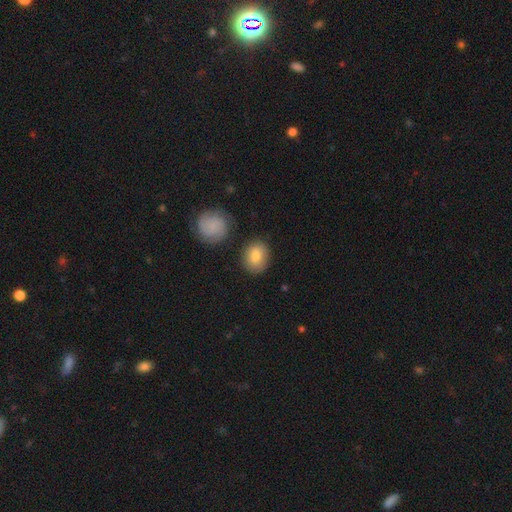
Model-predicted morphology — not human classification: This is clearly a smooth galaxy (85%). How rounded: possibly round (55%). Merging: likely none (80%).